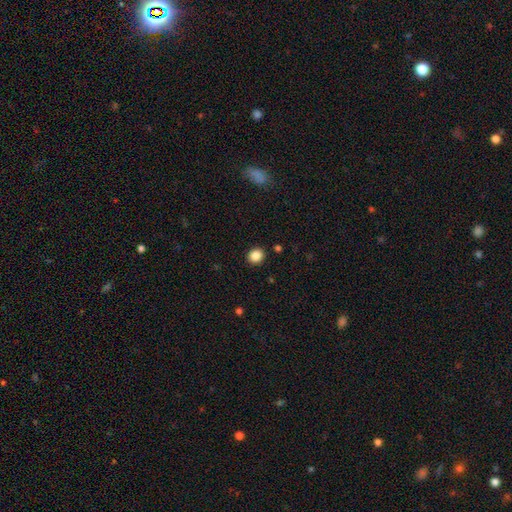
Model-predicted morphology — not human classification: Smooth or featured? Predicted: smooth (p=0.87). How rounded? Predicted: round (p=0.78). Merging? Predicted: none (p=0.91).